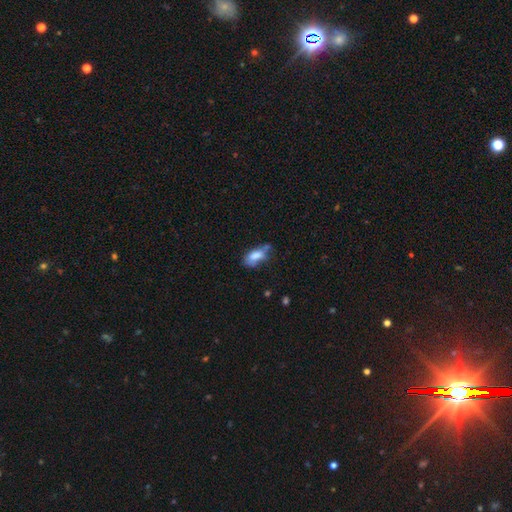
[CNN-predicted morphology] type=smooth (73%); roundness=in between (84%); merging=none (39%).